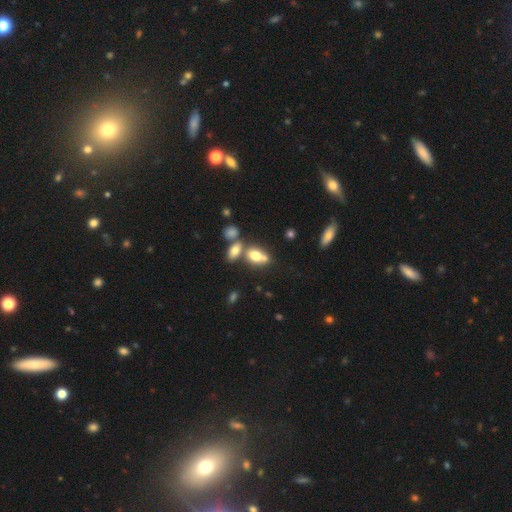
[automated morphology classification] Smooth or featured?
  - smooth: 71% *
  - featured or disk: 18%
  - star or artifact: 11%
How rounded?
  - in between: 77% *
  - round: 19%
  - cigar-shaped: 4%
Merging?
  - merger: 45% *
  - none: 36%
  - minor disturbance: 12%
  - major disturbance: 6%